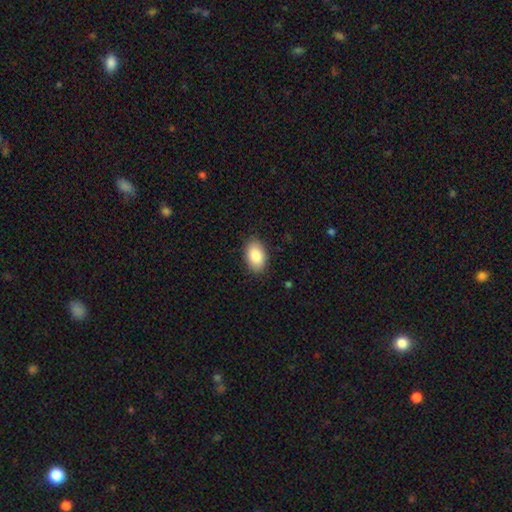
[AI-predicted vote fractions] Smooth or featured? smooth (86%)
How rounded? in between (90%)
Merging? none (88%)